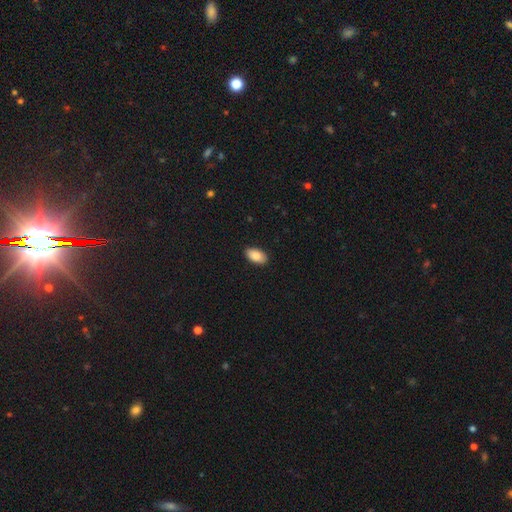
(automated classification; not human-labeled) smooth-or-featured: smooth: 87% | featured or disk: 7% | star or artifact: 6%
  how-rounded: in between: 95% | round: 4% | cigar-shaped: 2%
  merging: none: 89% | minor disturbance: 8% | major disturbance: 2% | merger: 1%